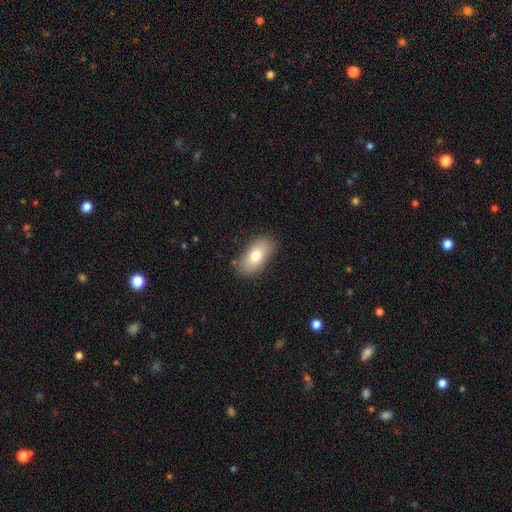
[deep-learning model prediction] Morphology: type=smooth (76%); roundness=in between (91%); merging=none (83%).